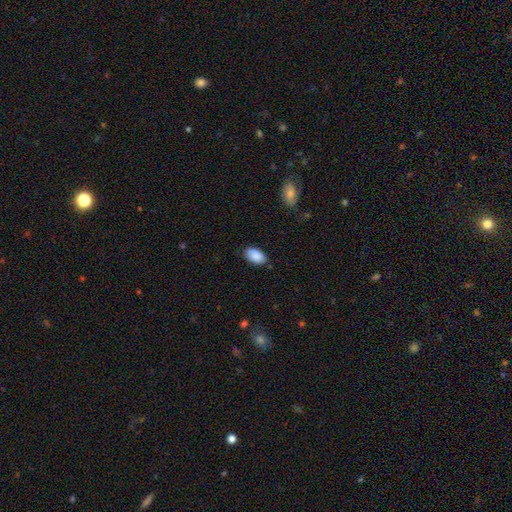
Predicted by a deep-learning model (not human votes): A smooth galaxy with no disk features (89%) that is in between round and cigar-shaped (94%). Merging: none (80%).